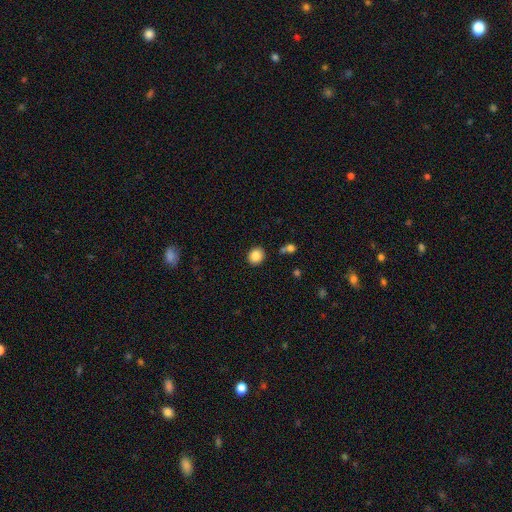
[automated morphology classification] smooth 85%, star or artifact 9%, featured or disk 5%. Down the decision tree: how rounded — round (74%); merging — none (87%).